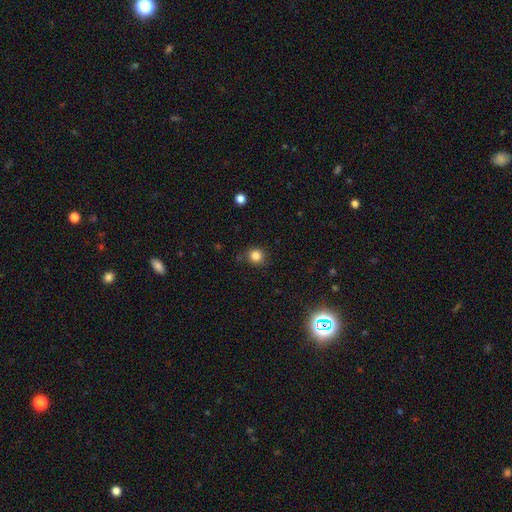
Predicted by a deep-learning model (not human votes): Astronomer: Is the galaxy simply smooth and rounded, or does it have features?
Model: smooth — 84%.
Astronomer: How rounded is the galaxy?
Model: round — 87%.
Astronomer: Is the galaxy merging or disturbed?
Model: none — 83%.